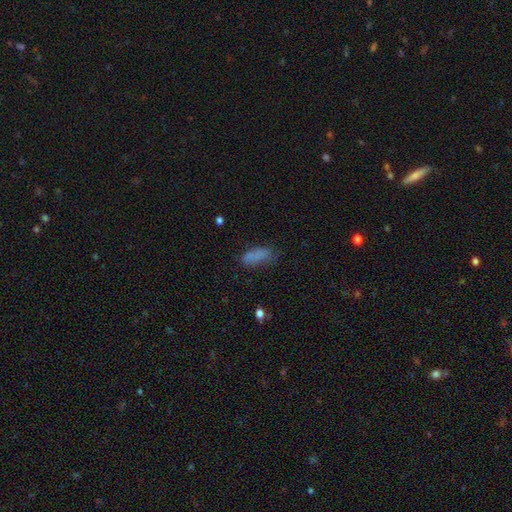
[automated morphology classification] Smooth or featured? Predicted: smooth (p=0.79). How rounded? Predicted: in between (p=0.73). Merging? Predicted: none (p=0.60).